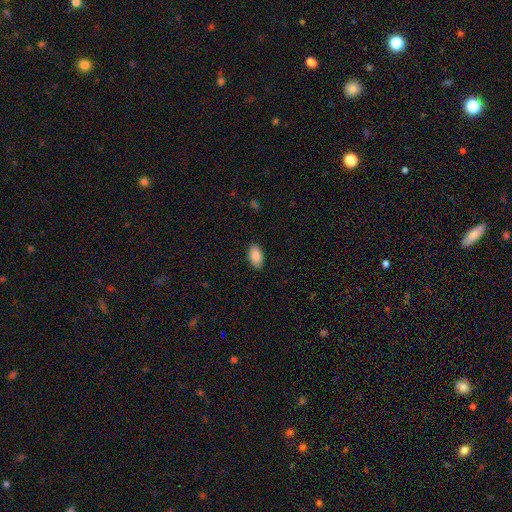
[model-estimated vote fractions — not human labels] Smooth or featured? smooth (90%)
How rounded? in between (95%)
Merging? none (89%)